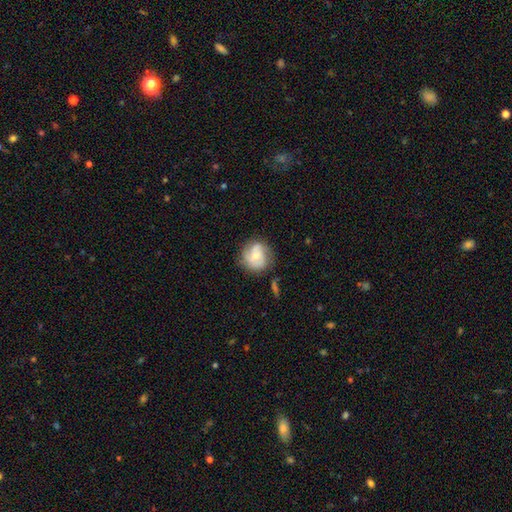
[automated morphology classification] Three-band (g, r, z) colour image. It shows a featured or disk galaxy (53%) with no bar (68%), spiral arms (84%) and a small central bulge (51%). Merging: none (68%).